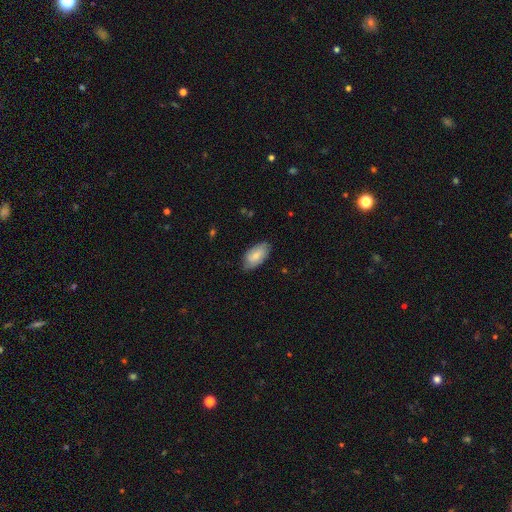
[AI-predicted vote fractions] Morphology: type=smooth (66%); roundness=in between (93%); merging=none (77%).